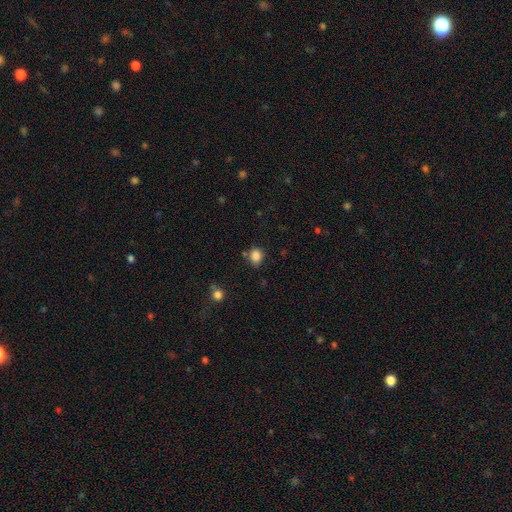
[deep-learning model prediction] This appears to be a smooth galaxy with no disk features (85%) that is round (61%). Merging: none (73%).